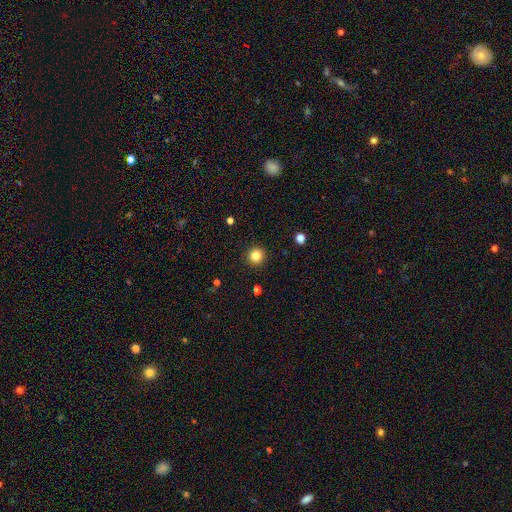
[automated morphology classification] smooth 83%, star or artifact 12%, featured or disk 5%. Down the decision tree: how rounded — round (95%); merging — none (93%).